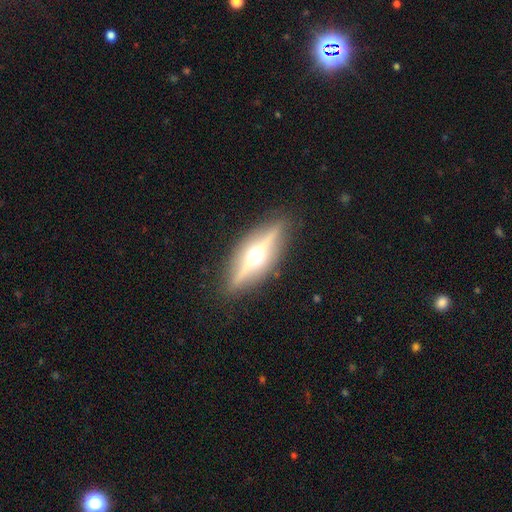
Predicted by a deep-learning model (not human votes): Smooth or featured? featured or disk (76%)
Edge-on disk? yes (94%)
Edge-on bulge? rounded (95%)
Merging? none (89%)